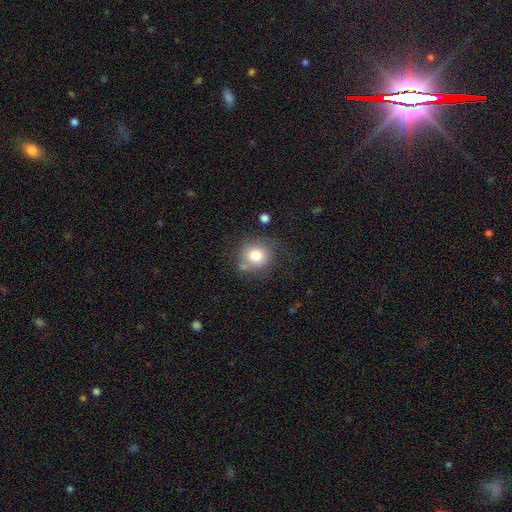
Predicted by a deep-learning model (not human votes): smooth-or-featured: smooth: 79% | featured or disk: 12% | star or artifact: 9%
  how-rounded: round: 84% | in between: 15% | cigar-shaped: 1%
  merging: none: 58% | minor disturbance: 23% | major disturbance: 11% | merger: 8%